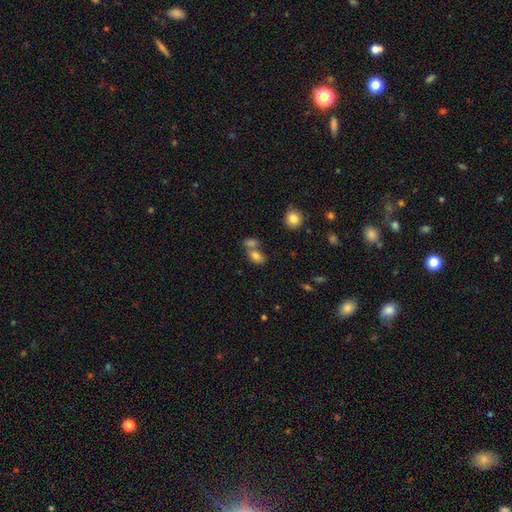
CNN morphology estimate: smooth-or-featured: smooth: 80% | star or artifact: 11% | featured or disk: 10%
  how-rounded: in between: 81% | round: 17% | cigar-shaped: 2%
  merging: merger: 45% | none: 40% | minor disturbance: 11% | major disturbance: 4%